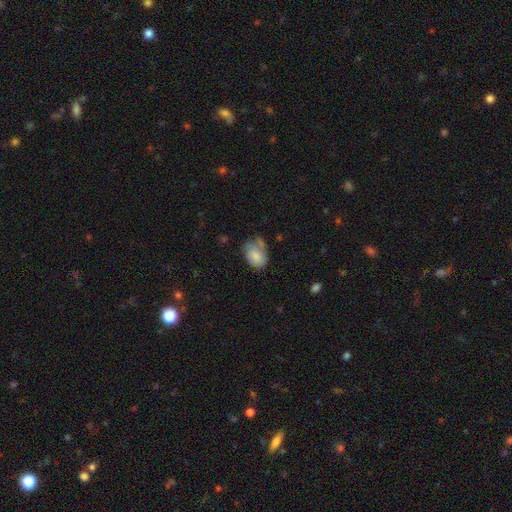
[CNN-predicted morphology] Q: Smooth or featured?
A: smooth (74%); runner-up: featured or disk (19%)
Q: How rounded?
A: in between (75%); runner-up: round (24%)
Q: Merging?
A: none (43%); runner-up: minor disturbance (33%)